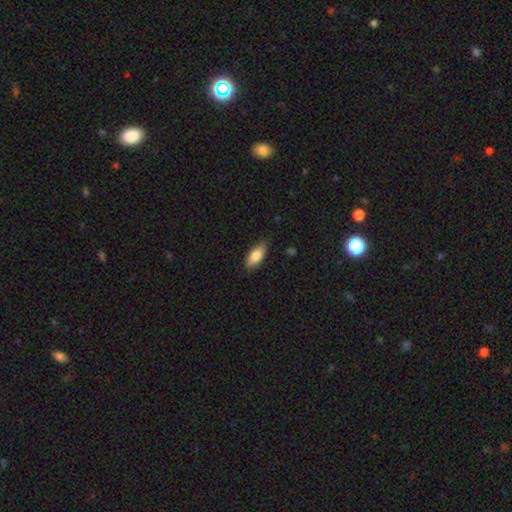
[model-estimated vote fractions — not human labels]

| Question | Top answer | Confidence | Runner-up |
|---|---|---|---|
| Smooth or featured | smooth | 82% | featured or disk (12%) |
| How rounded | in between | 85% | cigar-shaped (12%) |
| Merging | none | 84% | minor disturbance (13%) |